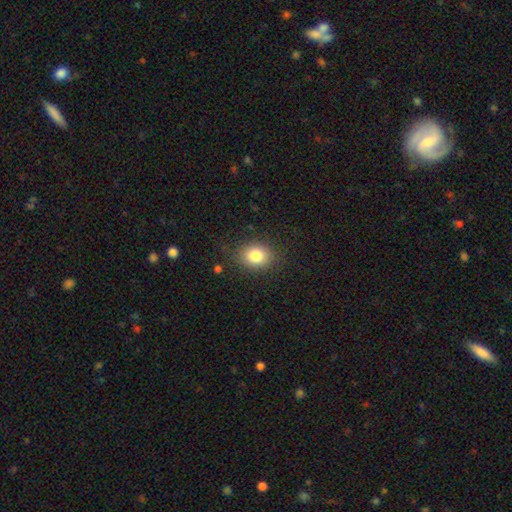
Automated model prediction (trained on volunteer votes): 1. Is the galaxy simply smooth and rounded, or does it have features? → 82% smooth, 10% star or artifact, 8% featured or disk.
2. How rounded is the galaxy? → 56% round, 44% in between, 1% cigar-shaped.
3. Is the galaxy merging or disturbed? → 84% none, 11% minor disturbance, 4% major disturbance, 1% merger.